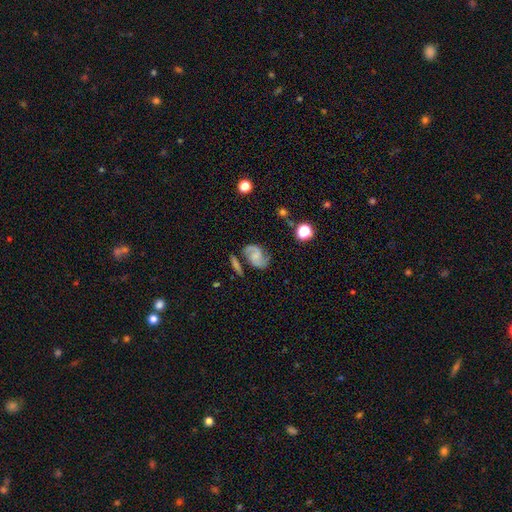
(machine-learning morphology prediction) smooth-or-featured: featured or disk: 75% | smooth: 17% | star or artifact: 8%
  disk-edge-on: no: 97% | yes: 3%
    bar: no: 58% | weak: 33% | strong: 9%
    has-spiral-arms: yes: 94% | no: 6%
      spiral-winding: medium: 50% | loose: 28% | tight: 21%
      spiral-arm-count: 2: 90% | can't tell: 4% | 1: 2% | 3: 1% | 4: 1% | more than 4: 1%
    bulge-size: small: 44% | none: 31% | moderate: 20% | large: 4% | dominant: 2%
  merging: none: 63% | minor disturbance: 20% | major disturbance: 9% | merger: 8%